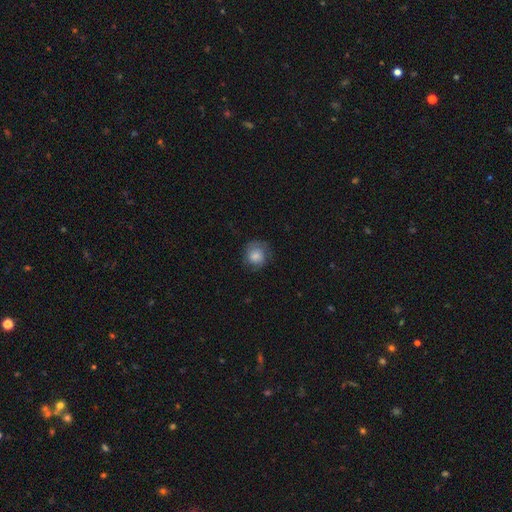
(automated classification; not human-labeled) Smooth or featured: smooth — 64% (featured or disk — 27%)
How rounded: round — 84% (in between — 15%)
Merging: none — 69% (minor disturbance — 20%)